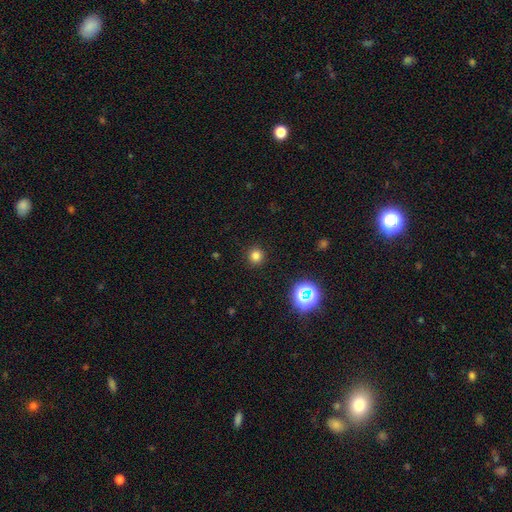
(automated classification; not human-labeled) This is likely a smooth galaxy (77%). How rounded: clearly round (95%). Merging: clearly none (92%).